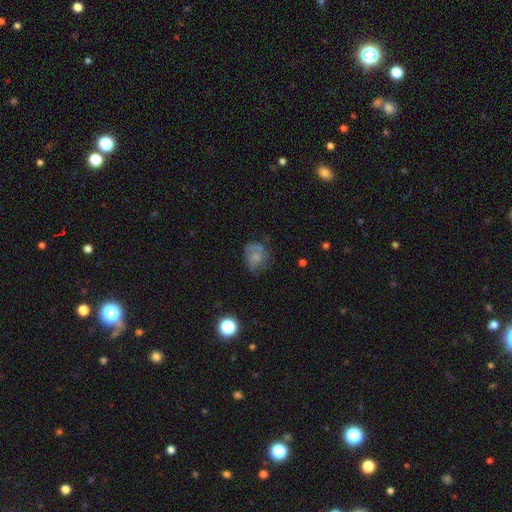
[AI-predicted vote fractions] A smooth galaxy with no disk features (51%) that is round (58%). Merging: none (48%).